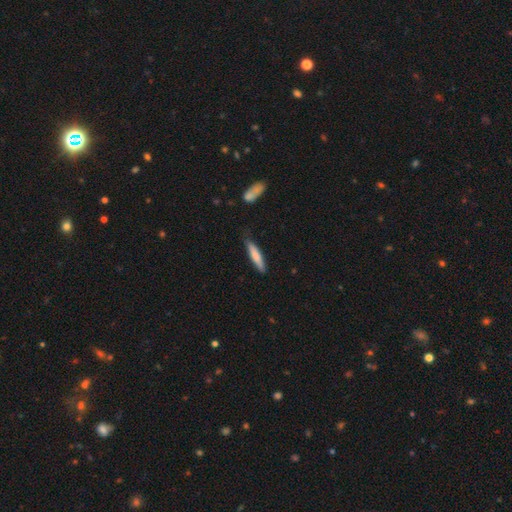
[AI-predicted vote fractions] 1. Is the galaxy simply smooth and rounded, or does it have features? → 76% smooth, 19% featured or disk, 5% star or artifact.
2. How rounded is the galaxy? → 87% cigar-shaped, 12% in between, 1% round.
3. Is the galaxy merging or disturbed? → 79% none, 16% minor disturbance, 3% major disturbance, 2% merger.